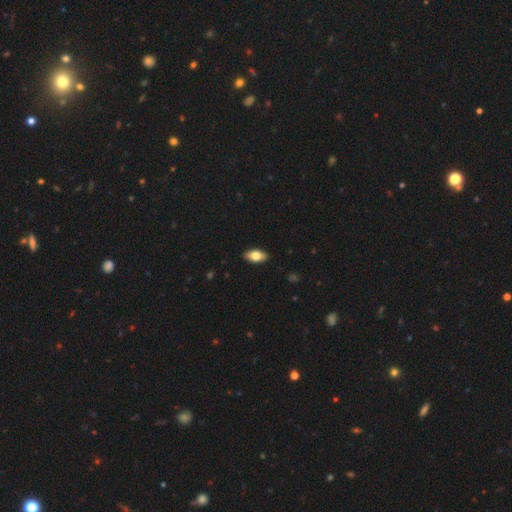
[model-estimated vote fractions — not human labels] Smooth or featured? Predicted: smooth (p=0.73). How rounded? Predicted: in between (p=0.89). Merging? Predicted: none (p=0.89).